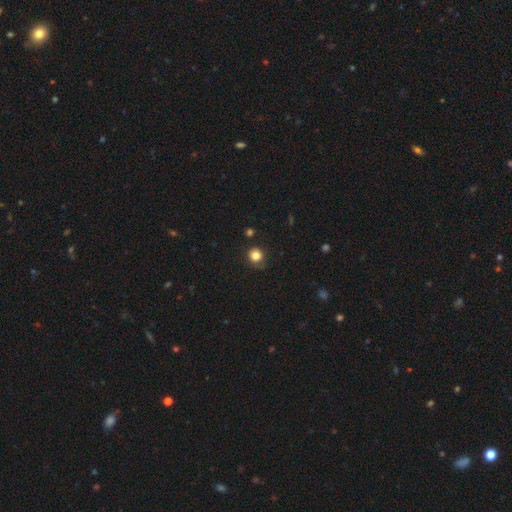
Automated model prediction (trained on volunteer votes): smooth_or_featured: smooth (p=0.81) [alt: star or artifact p=0.12]
how_rounded: round (p=0.86) [alt: in between p=0.13]
merging: none (p=0.77) [alt: minor disturbance p=0.16]